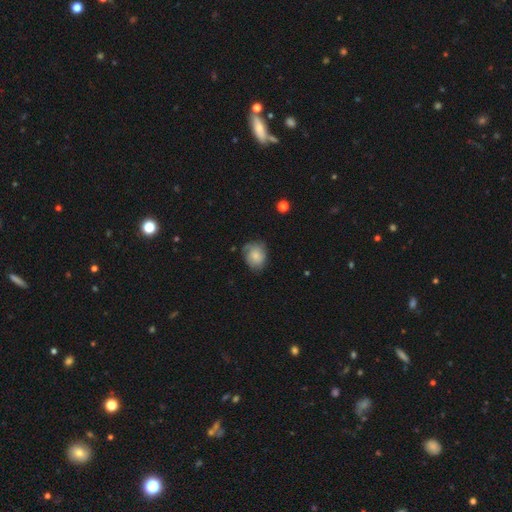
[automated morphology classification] This appears to be a smooth galaxy with no disk features (69%) that is round (56%). Merging: none (62%).